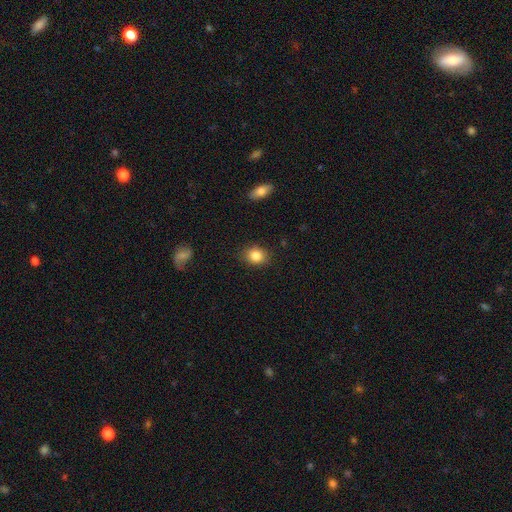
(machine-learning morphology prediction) Smooth or featured: smooth — 85% (star or artifact — 9%)
How rounded: round — 51% (in between — 47%)
Merging: none — 83% (minor disturbance — 12%)